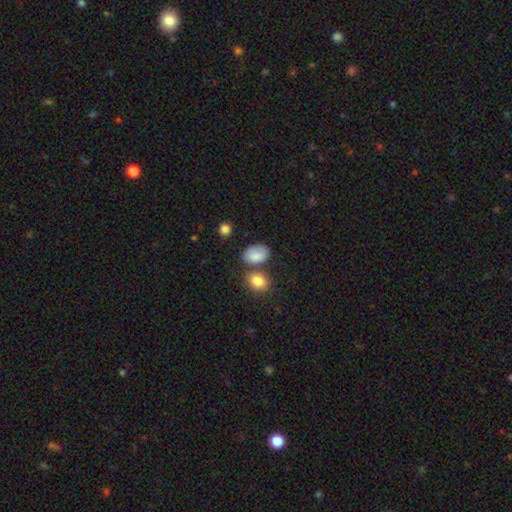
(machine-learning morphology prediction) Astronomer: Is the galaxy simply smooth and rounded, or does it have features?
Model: smooth — 85%.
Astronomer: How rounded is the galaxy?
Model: in between — 85%.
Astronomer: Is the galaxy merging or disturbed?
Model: none — 59%.